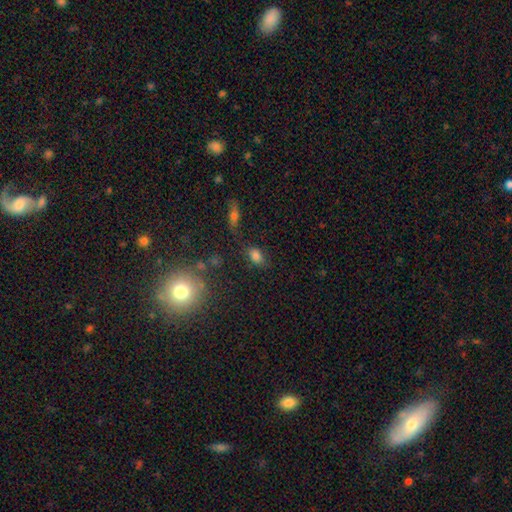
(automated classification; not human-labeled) smooth-or-featured: smooth: 79% | star or artifact: 13% | featured or disk: 8%
  how-rounded: in between: 82% | round: 15% | cigar-shaped: 3%
  merging: none: 74% | minor disturbance: 16% | major disturbance: 6% | merger: 5%